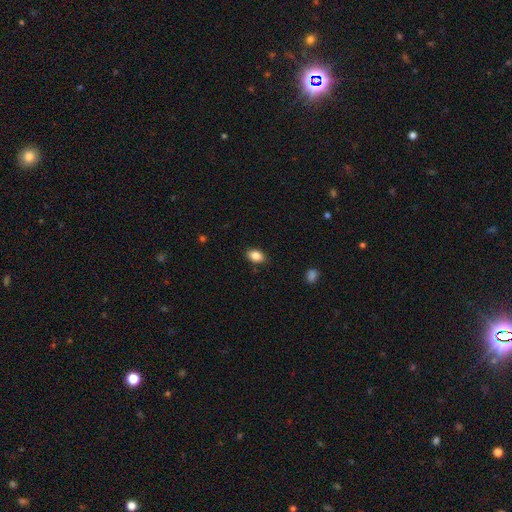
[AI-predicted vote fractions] Morphology: type=smooth (86%); roundness=in between (85%); merging=none (87%).